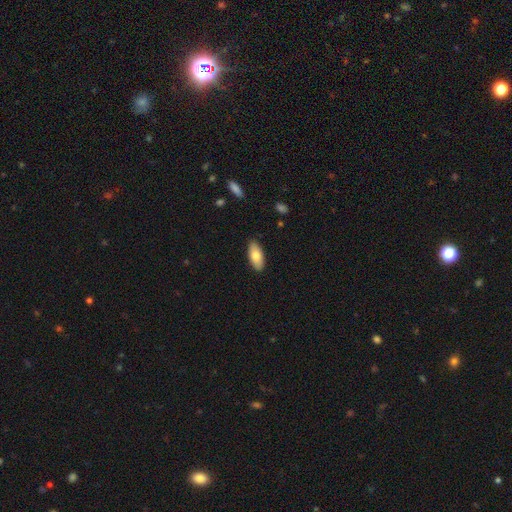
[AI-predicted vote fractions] Smooth or featured: smooth — 78% (featured or disk — 16%)
How rounded: in between — 87% (cigar-shaped — 11%)
Merging: none — 88% (minor disturbance — 9%)